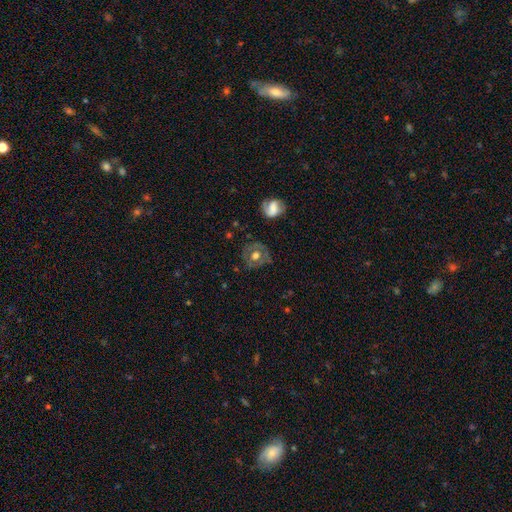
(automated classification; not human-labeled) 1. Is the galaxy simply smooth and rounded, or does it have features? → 46% smooth, 45% featured or disk, 9% star or artifact.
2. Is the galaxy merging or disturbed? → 74% none, 17% minor disturbance, 7% major disturbance, 2% merger.